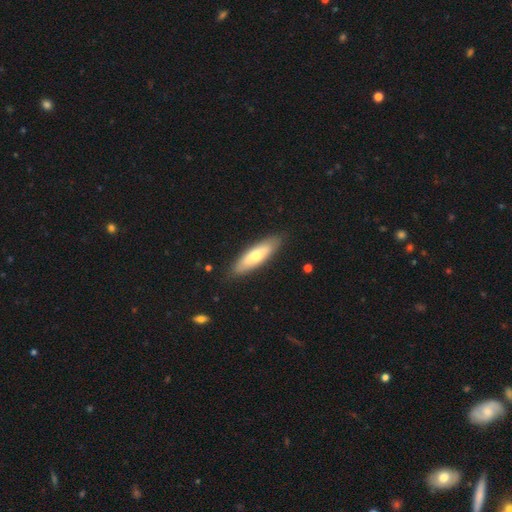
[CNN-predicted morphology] smooth-or-featured: smooth: 63% | featured or disk: 32% | star or artifact: 5%
  how-rounded: cigar-shaped: 56% | in between: 43% | round: 2%
  merging: none: 86% | minor disturbance: 11% | major disturbance: 2% | merger: 1%